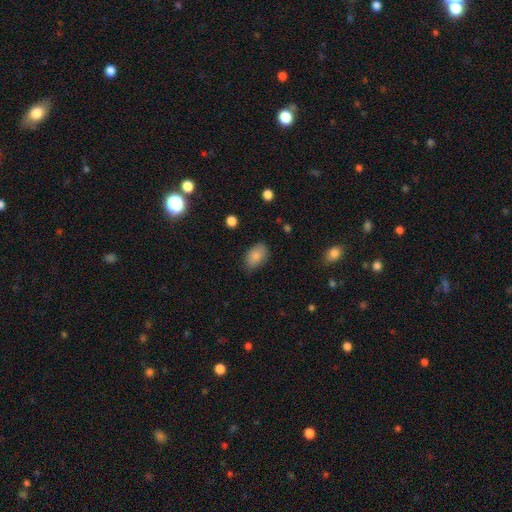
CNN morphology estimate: This appears to be a smooth galaxy with no disk features (86%) that is in between round and cigar-shaped (90%). Merging: none (81%).